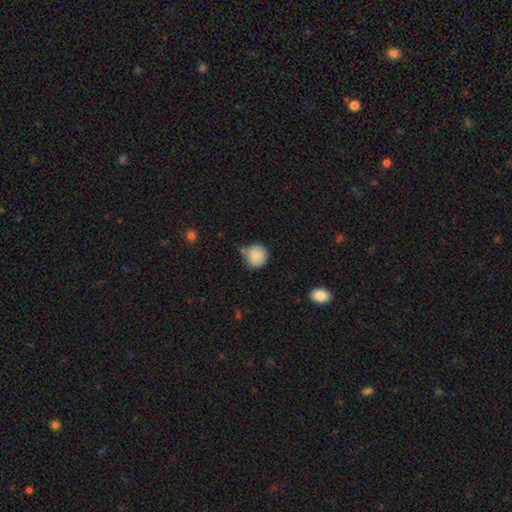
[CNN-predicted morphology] A smooth galaxy with no disk features (87%) that is round (91%). Merging: none (66%).